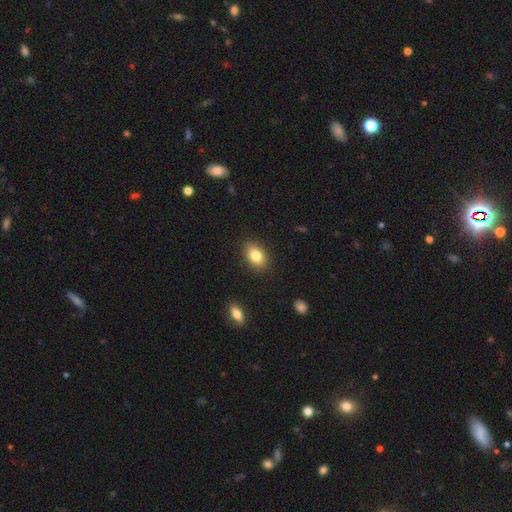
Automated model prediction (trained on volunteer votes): This appears to be a smooth galaxy with no disk features (81%) that is in between round and cigar-shaped (82%). Merging: none (87%).